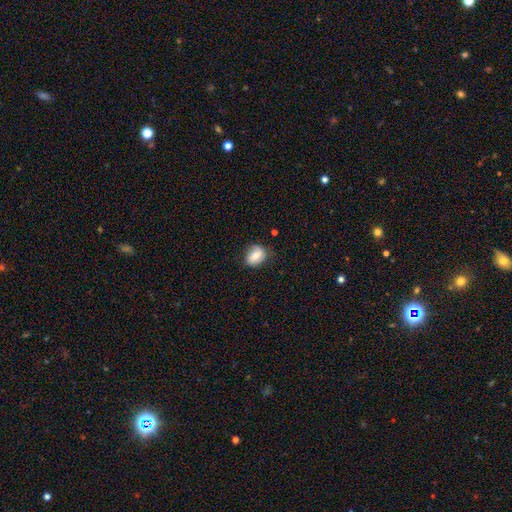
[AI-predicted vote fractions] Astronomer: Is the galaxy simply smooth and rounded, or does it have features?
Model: smooth — 71%.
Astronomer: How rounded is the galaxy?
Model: in between — 62%.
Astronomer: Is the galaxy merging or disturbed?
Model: none — 69%.